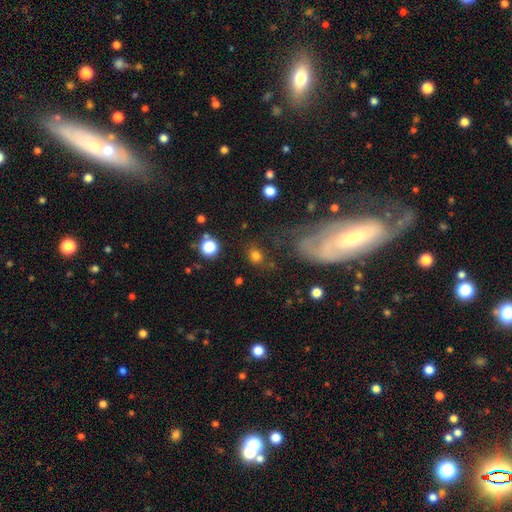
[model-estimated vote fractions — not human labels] Smooth or featured? smooth (76%)
How rounded? round (76%)
Merging? none (76%)